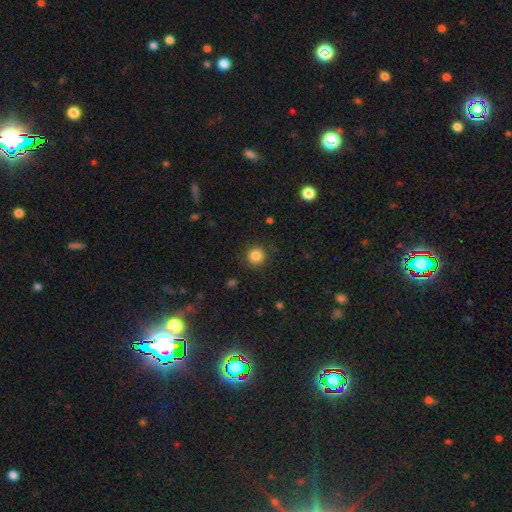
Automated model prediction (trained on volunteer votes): smooth-or-featured: smooth: 85% | star or artifact: 11% | featured or disk: 4%
  how-rounded: round: 93% | in between: 6% | cigar-shaped: 1%
  merging: none: 89% | minor disturbance: 8% | major disturbance: 3% | merger: 1%